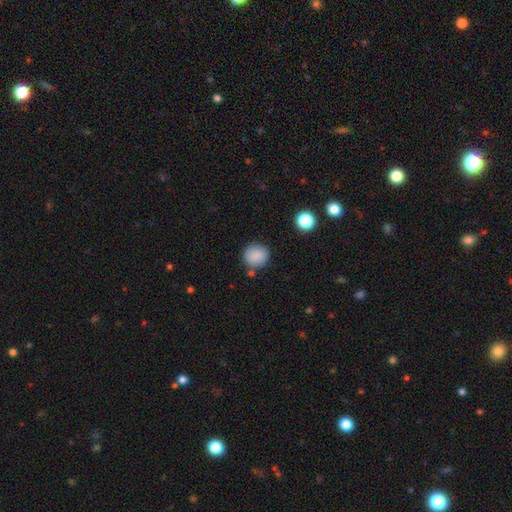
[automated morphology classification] smooth-or-featured: smooth: 86% | star or artifact: 9% | featured or disk: 6%
  how-rounded: round: 86% | in between: 13% | cigar-shaped: 1%
  merging: none: 82% | minor disturbance: 11% | merger: 4% | major disturbance: 3%